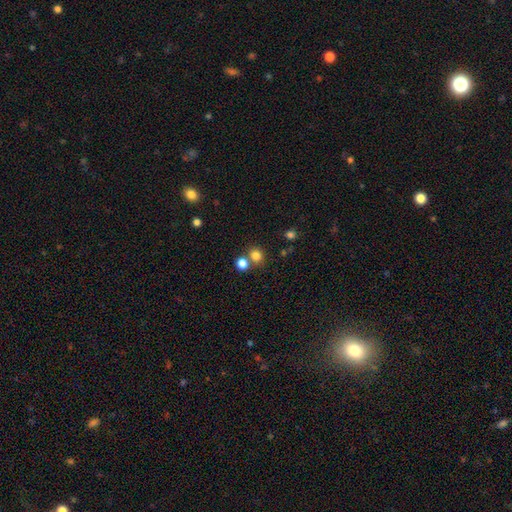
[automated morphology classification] Smooth or featured: smooth — 80% (star or artifact — 14%)
How rounded: round — 82% (in between — 17%)
Merging: none — 64% (merger — 25%)